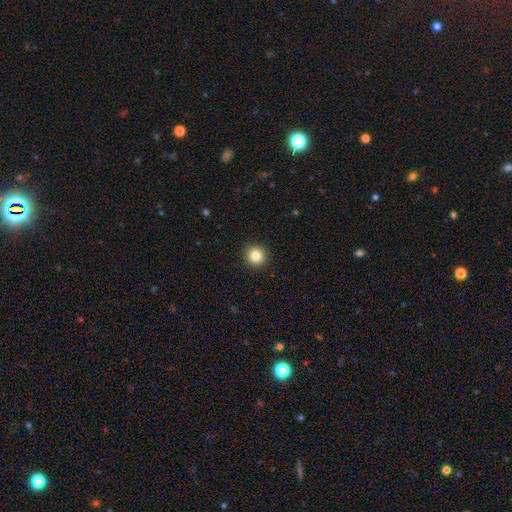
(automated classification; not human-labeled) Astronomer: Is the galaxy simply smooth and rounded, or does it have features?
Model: smooth — 84%.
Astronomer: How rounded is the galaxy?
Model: round — 95%.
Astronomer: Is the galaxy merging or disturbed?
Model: none — 93%.